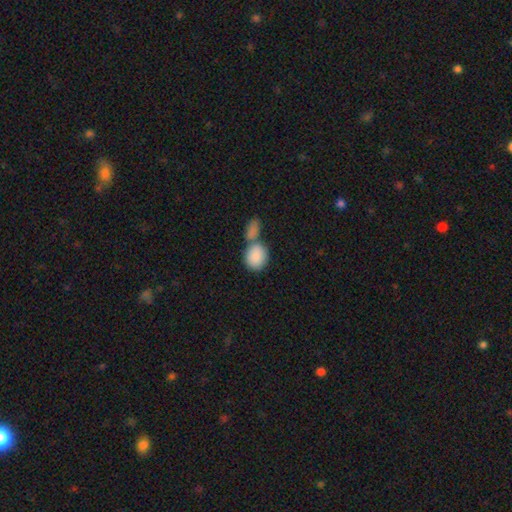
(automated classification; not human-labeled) smooth-or-featured: smooth: 88% | featured or disk: 6% | star or artifact: 6%
  how-rounded: round: 52% | in between: 46% | cigar-shaped: 2%
  merging: merger: 49% | none: 38% | minor disturbance: 10% | major disturbance: 4%